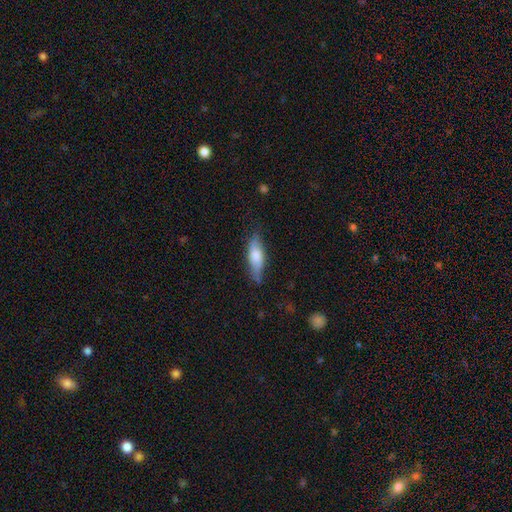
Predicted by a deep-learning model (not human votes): A smooth galaxy with no disk features (64%) that is in between round and cigar-shaped (51%). Merging: none (73%).